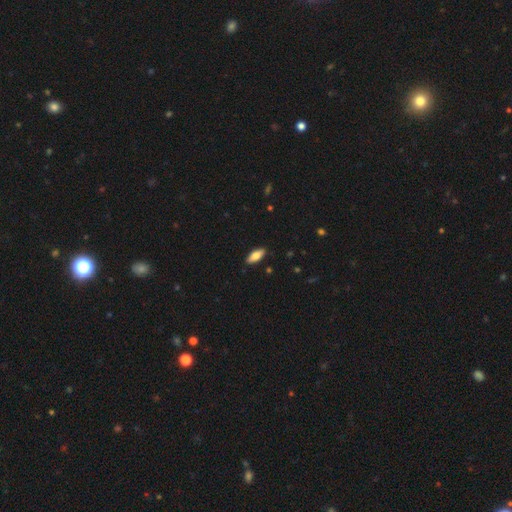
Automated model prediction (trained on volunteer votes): Smooth or featured? smooth (80%)
How rounded? in between (84%)
Merging? none (88%)